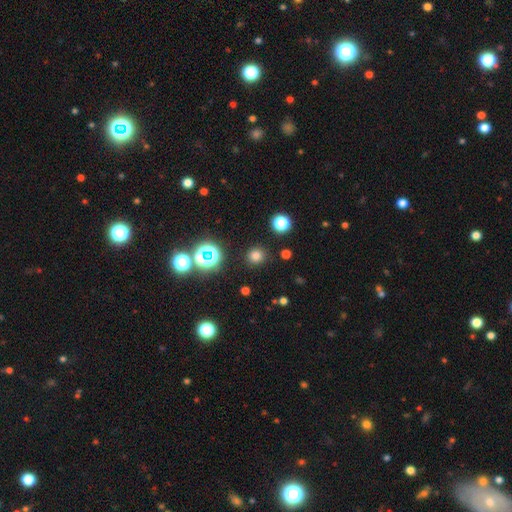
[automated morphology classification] A smooth galaxy with no disk features (73%) that is round (91%).

Vote fractions:
- Smooth or featured? smooth: 73% / star or artifact: 22% / featured or disk: 5%
- How rounded? round: 91% / in between: 8% / cigar-shaped: 1%
- Merging? none: 89% / minor disturbance: 7% / major disturbance: 3% / merger: 2%